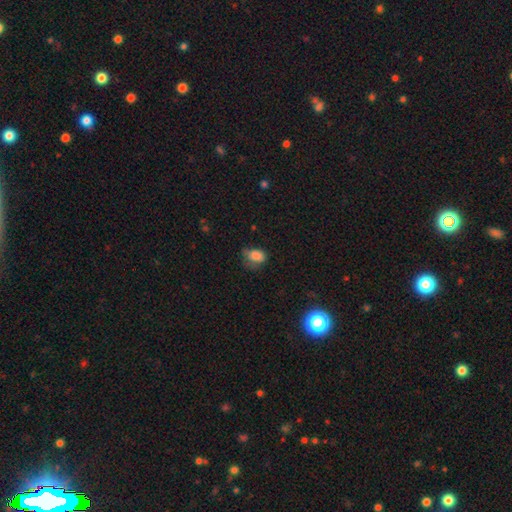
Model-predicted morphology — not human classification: Smooth or featured: smooth — 82% (star or artifact — 10%)
How rounded: in between — 75% (round — 24%)
Merging: none — 41% (minor disturbance — 38%)